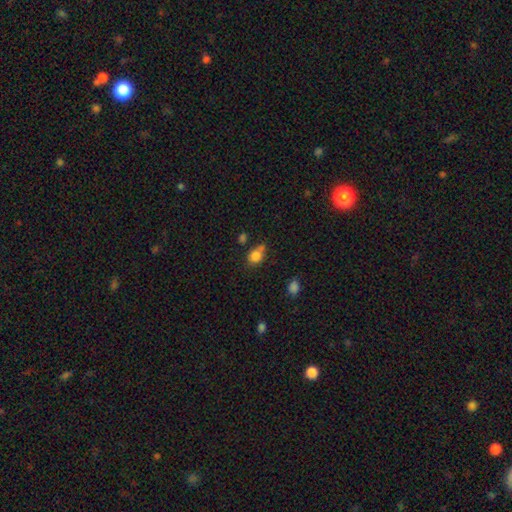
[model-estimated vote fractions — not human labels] Smooth or featured? smooth (82%)
How rounded? in between (50%)
Merging? none (50%)